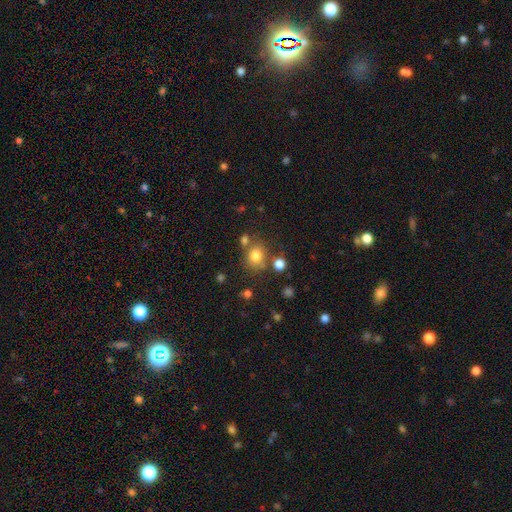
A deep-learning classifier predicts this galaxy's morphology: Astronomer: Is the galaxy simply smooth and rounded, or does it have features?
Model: smooth — 78%.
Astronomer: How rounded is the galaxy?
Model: round — 75%.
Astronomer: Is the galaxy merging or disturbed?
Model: none — 67%.